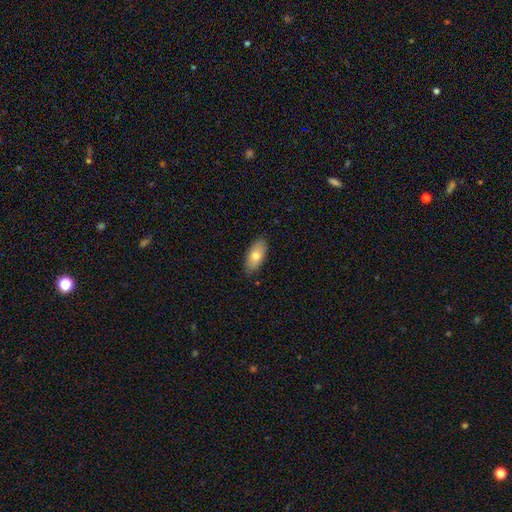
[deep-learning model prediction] Q: Smooth or featured?
A: smooth (76%); runner-up: featured or disk (17%)
Q: How rounded?
A: in between (90%); runner-up: cigar-shaped (7%)
Q: Merging?
A: none (85%); runner-up: minor disturbance (12%)